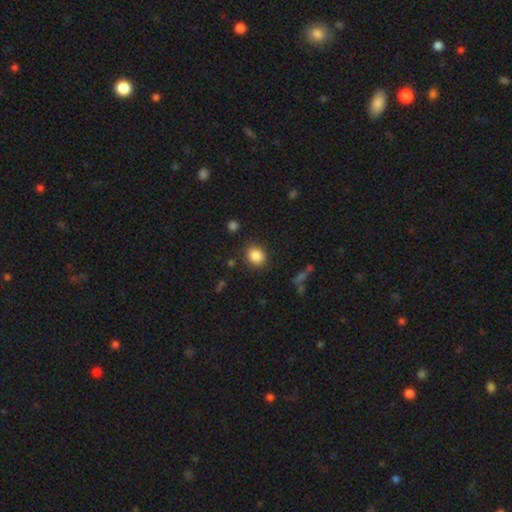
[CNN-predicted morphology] Overall: smooth (86%). How rounded: round (73%). Merging: none (86%).